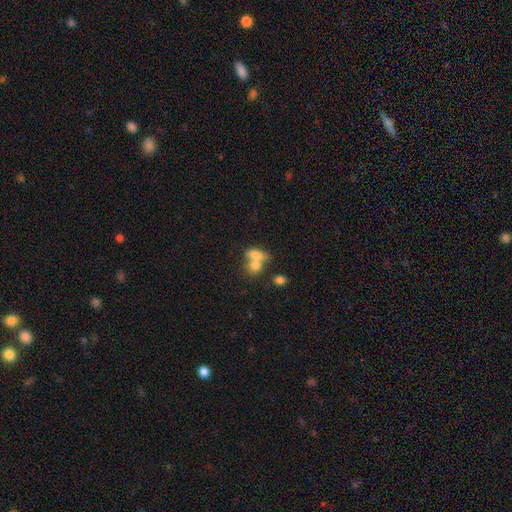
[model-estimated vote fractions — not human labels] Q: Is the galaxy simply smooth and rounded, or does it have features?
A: smooth — 73%.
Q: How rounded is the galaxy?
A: in between — 70%.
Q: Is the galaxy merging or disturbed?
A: merger — 61%.